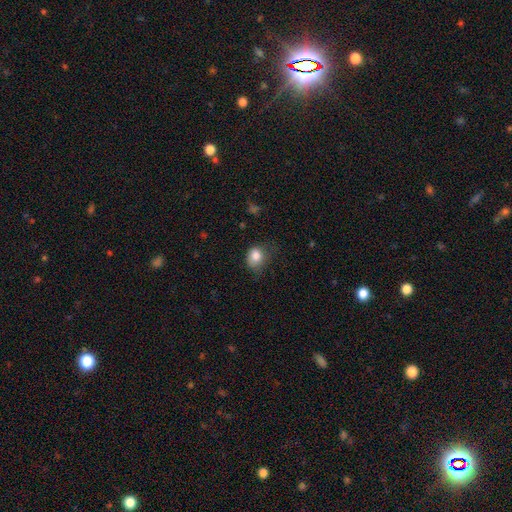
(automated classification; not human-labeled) Smooth or featured: smooth — 82% (star or artifact — 10%)
How rounded: round — 58% (in between — 41%)
Merging: none — 50% (minor disturbance — 34%)